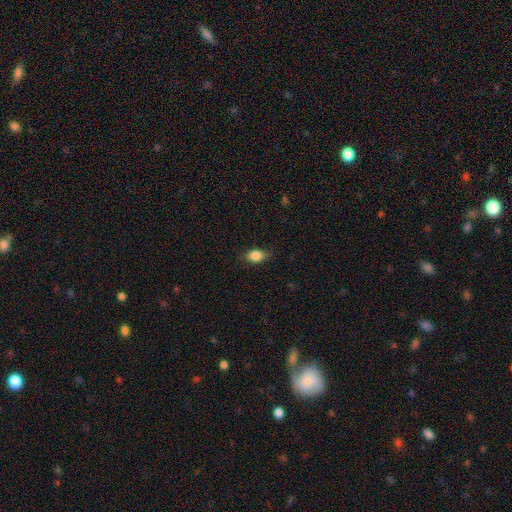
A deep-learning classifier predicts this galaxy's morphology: smooth-or-featured: smooth: 84% | star or artifact: 9% | featured or disk: 7%
  how-rounded: in between: 78% | round: 19% | cigar-shaped: 3%
  merging: none: 77% | minor disturbance: 18% | major disturbance: 4% | merger: 1%